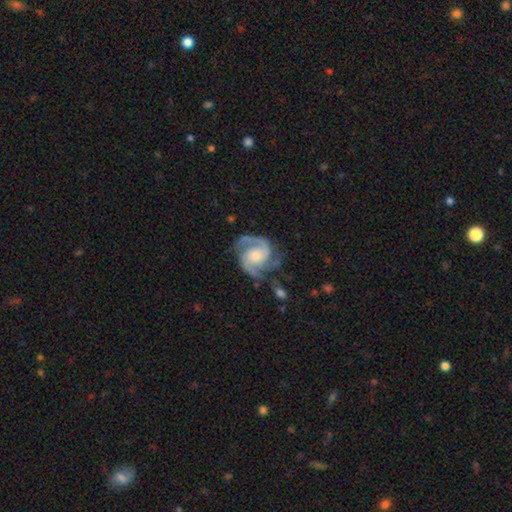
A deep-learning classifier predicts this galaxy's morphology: type=featured or disk (91%); edge-on=no (98%); bar=no (62%); spiral arms=yes (98%); winding=medium (53%); arm count=2 (84%); bulge=moderate (46%); merging=none (73%).